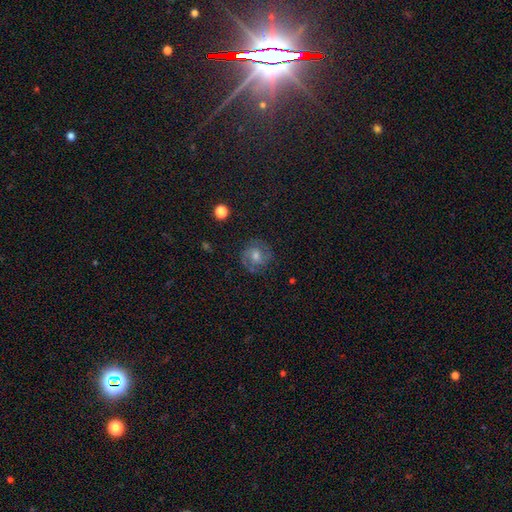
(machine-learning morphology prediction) This appears to be a featured or disk galaxy (59%) with no bar (58%), 2 (61%) tight (52%) spiral arms (88%) and a moderate central bulge (62%). Merging: none (82%).